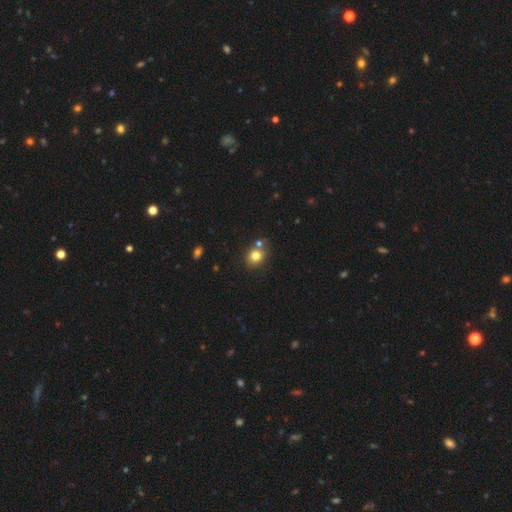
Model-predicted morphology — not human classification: Smooth or featured?
  - smooth: 79% *
  - star or artifact: 12%
  - featured or disk: 9%
How rounded?
  - round: 68% *
  - in between: 31%
  - cigar-shaped: 1%
Merging?
  - none: 66% *
  - merger: 18%
  - minor disturbance: 13%
  - major disturbance: 4%